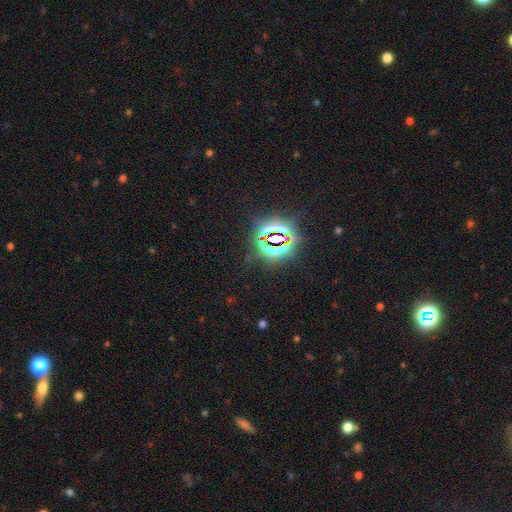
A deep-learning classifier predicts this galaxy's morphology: This appears to be a star or artifact, not a galaxy (83%).